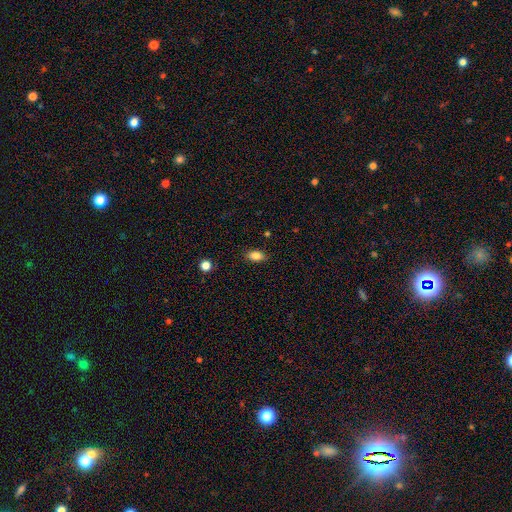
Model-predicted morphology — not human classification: type=smooth (86%); roundness=in between (87%); merging=none (85%).